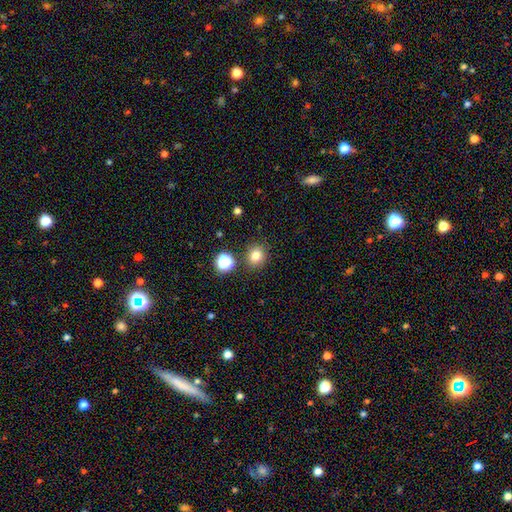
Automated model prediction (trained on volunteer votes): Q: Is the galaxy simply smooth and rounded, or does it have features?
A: smooth — 79%.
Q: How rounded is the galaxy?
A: round — 73%.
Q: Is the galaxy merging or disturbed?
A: none — 83%.